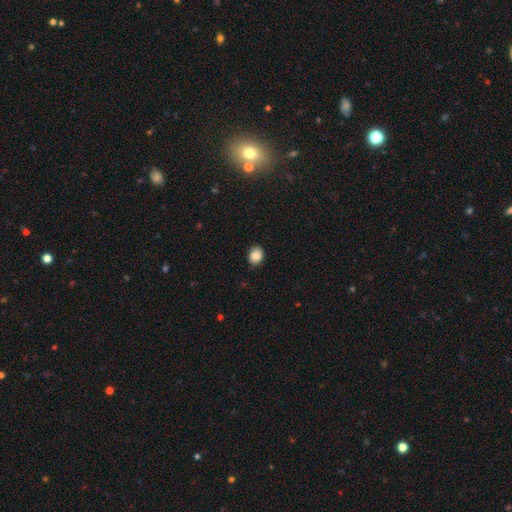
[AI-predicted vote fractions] Morphology: type=smooth (86%); roundness=in between (58%); merging=none (83%).